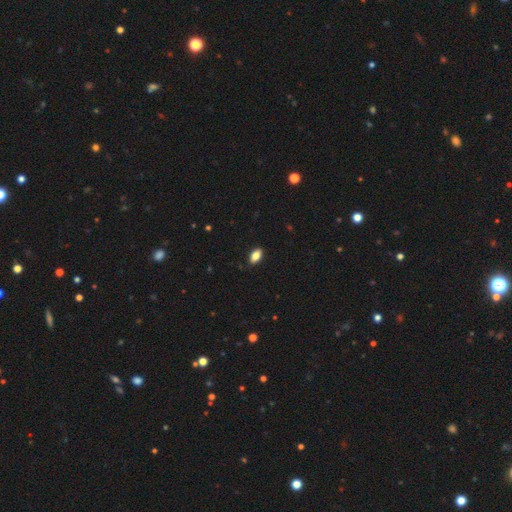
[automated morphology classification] smooth 82%, featured or disk 10%, star or artifact 8%. Down the decision tree: how rounded — in between (91%); merging — none (88%).